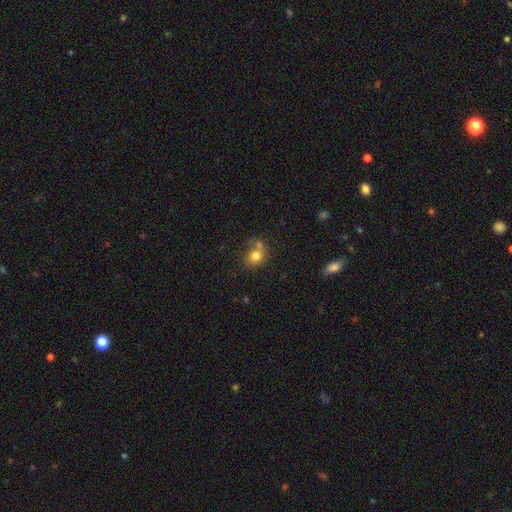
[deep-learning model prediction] Smooth or featured?
  - smooth: 77% *
  - featured or disk: 12%
  - star or artifact: 11%
How rounded?
  - round: 63% *
  - in between: 36%
  - cigar-shaped: 1%
Merging?
  - none: 48% *
  - merger: 25%
  - minor disturbance: 18%
  - major disturbance: 9%